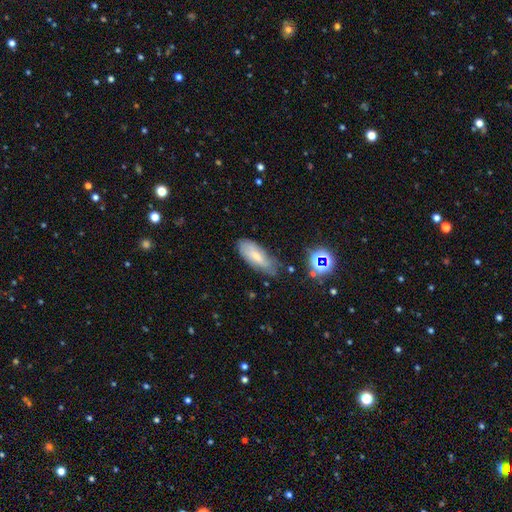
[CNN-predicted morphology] This is likely a smooth galaxy (62%). How rounded: likely in between (76%). Merging: possibly none (60%).